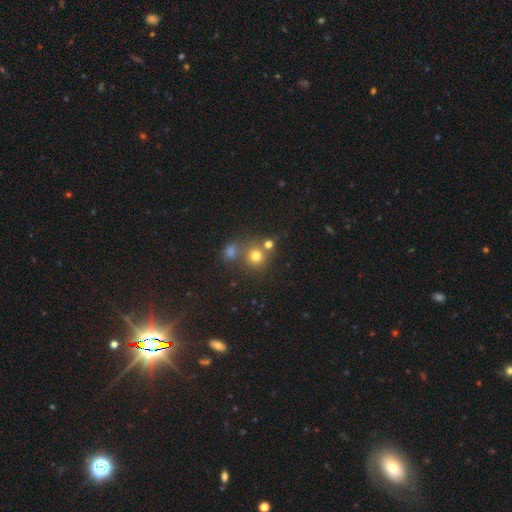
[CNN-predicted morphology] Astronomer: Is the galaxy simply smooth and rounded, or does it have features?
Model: smooth — 73%.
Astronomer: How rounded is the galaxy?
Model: round — 89%.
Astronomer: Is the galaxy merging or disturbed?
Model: none — 60%.